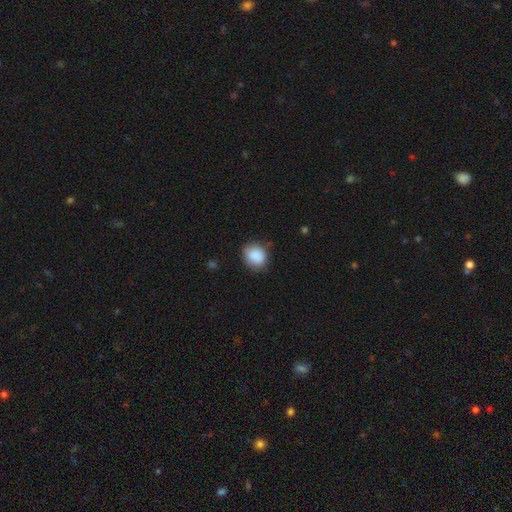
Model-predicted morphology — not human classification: Q: Smooth or featured?
A: smooth (88%); runner-up: star or artifact (8%)
Q: How rounded?
A: round (61%); runner-up: in between (38%)
Q: Merging?
A: none (77%); runner-up: minor disturbance (18%)